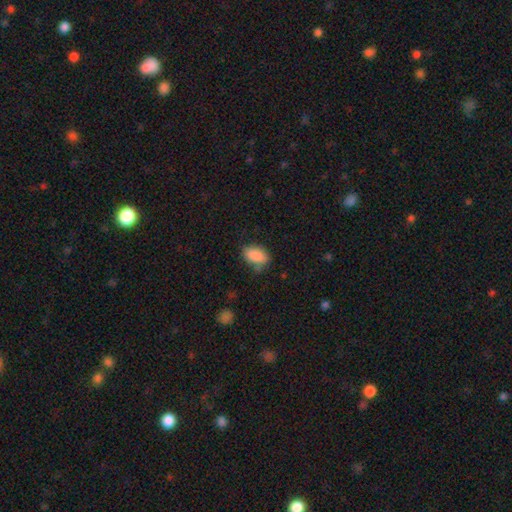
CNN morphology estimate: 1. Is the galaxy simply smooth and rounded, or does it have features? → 88% smooth, 7% star or artifact, 4% featured or disk.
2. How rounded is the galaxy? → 91% in between, 6% round, 2% cigar-shaped.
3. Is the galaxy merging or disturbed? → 75% none, 18% minor disturbance, 4% major disturbance, 3% merger.